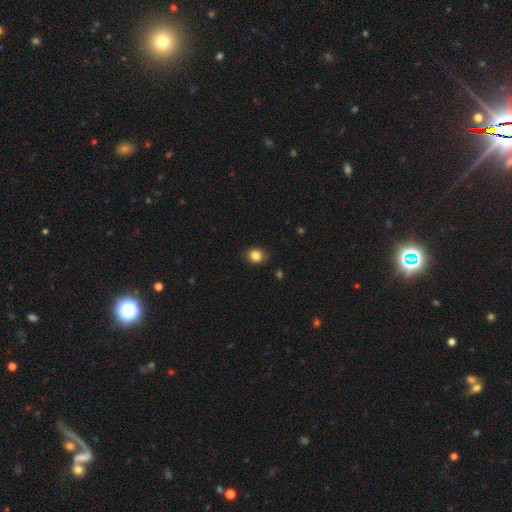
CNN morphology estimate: smooth_or_featured: smooth (p=0.85) [alt: star or artifact p=0.11]
how_rounded: round (p=0.73) [alt: in between p=0.26]
merging: none (p=0.84) [alt: minor disturbance p=0.12]